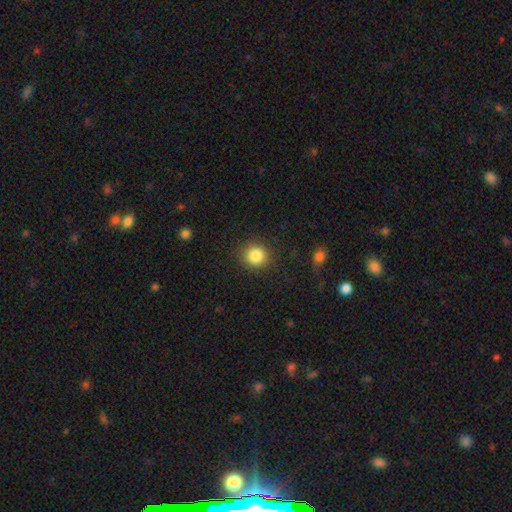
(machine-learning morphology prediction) smooth_or_featured: smooth (p=0.85) [alt: star or artifact p=0.10]
how_rounded: round (p=0.89) [alt: in between p=0.10]
merging: none (p=0.88) [alt: minor disturbance p=0.08]